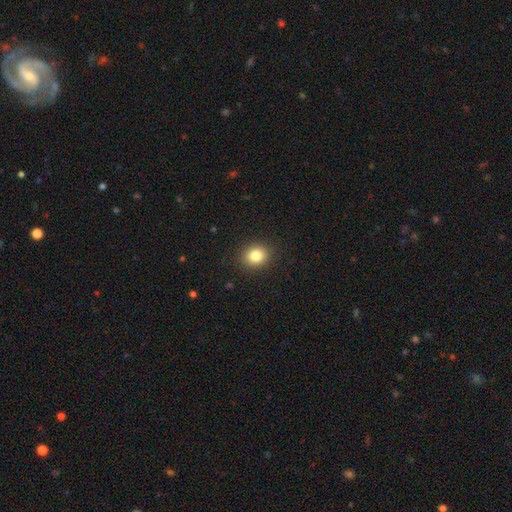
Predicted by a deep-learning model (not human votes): smooth_or_featured: smooth (p=0.83) [alt: star or artifact p=0.11]
how_rounded: round (p=0.67) [alt: in between p=0.32]
merging: none (p=0.89) [alt: minor disturbance p=0.07]